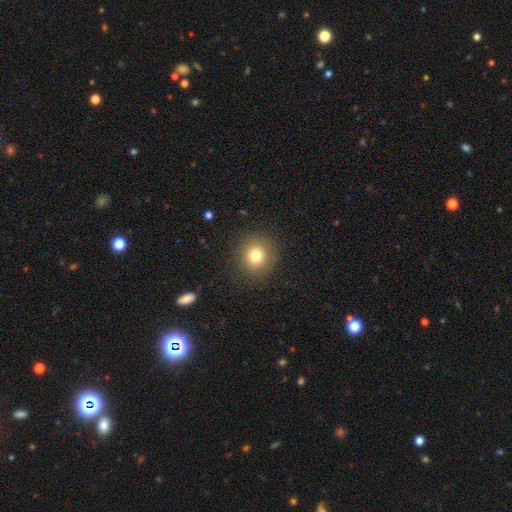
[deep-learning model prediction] smooth 78%, star or artifact 13%, featured or disk 9%. Down the decision tree: how rounded — round (89%); merging — none (89%).